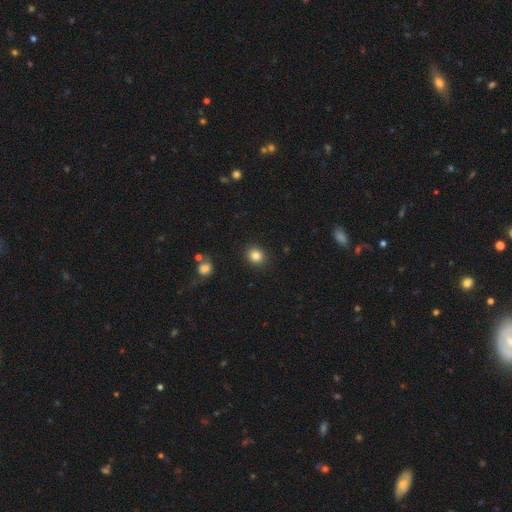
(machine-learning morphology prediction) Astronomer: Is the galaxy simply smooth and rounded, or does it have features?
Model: smooth — 83%.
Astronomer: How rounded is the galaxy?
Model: round — 71%.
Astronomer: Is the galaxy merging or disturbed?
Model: none — 90%.